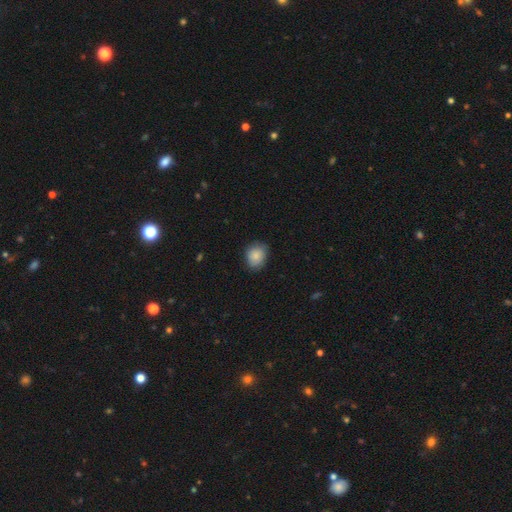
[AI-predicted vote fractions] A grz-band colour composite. It shows a smooth galaxy with no disk features (87%) that is round (54%). Merging: none (80%).